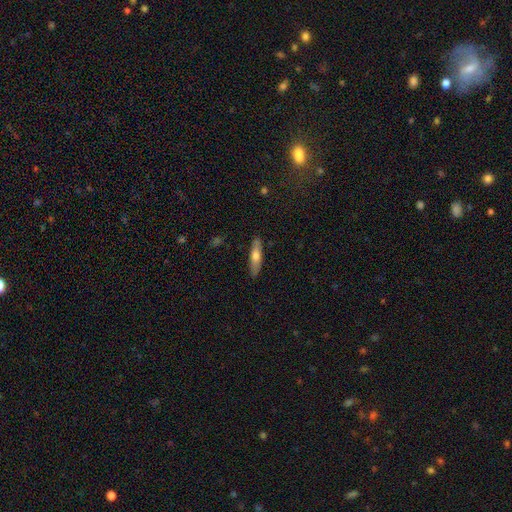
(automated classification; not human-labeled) Morphology: type=smooth (59%); roundness=cigar-shaped (75%); merging=none (87%).